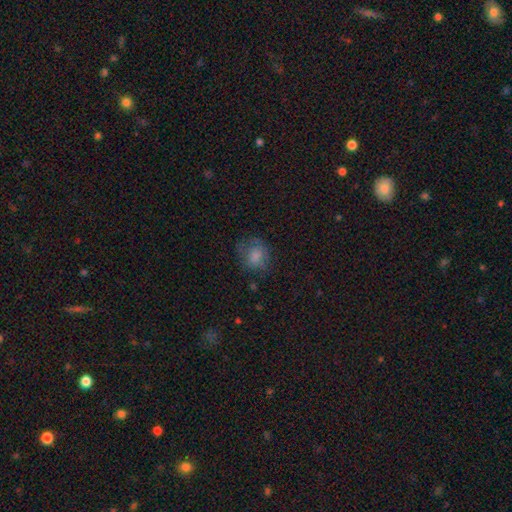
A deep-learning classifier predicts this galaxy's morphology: smooth_or_featured: smooth (p=0.74) [alt: featured or disk p=0.15]
how_rounded: round (p=0.71) [alt: in between p=0.28]
merging: none (p=0.59) [alt: minor disturbance p=0.23]